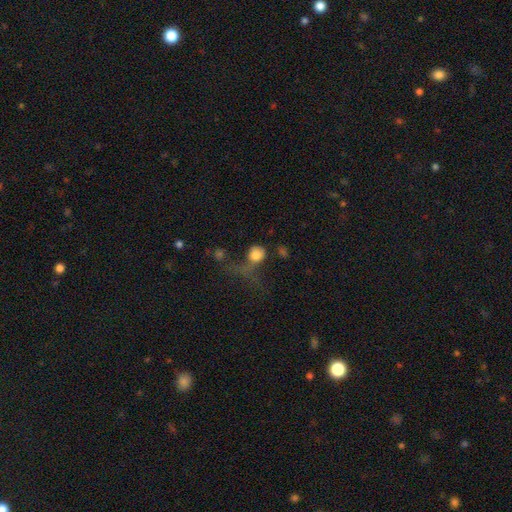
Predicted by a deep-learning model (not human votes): smooth 76%, featured or disk 13%, star or artifact 11%. Down the decision tree: how rounded — round (76%); merging — major disturbance (48%).